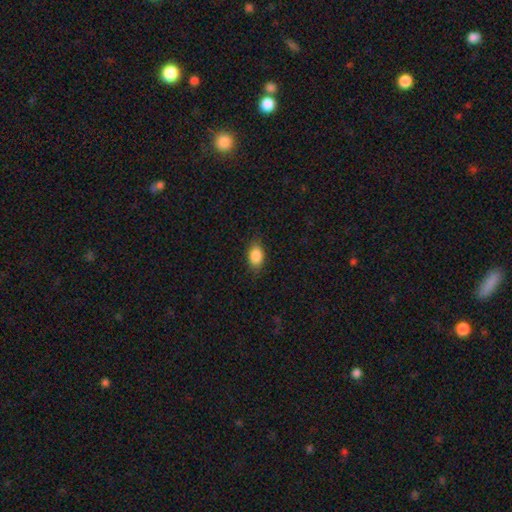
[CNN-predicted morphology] This appears to be a smooth galaxy with no disk features (87%) that is in between round and cigar-shaped (85%). Merging: none (82%).